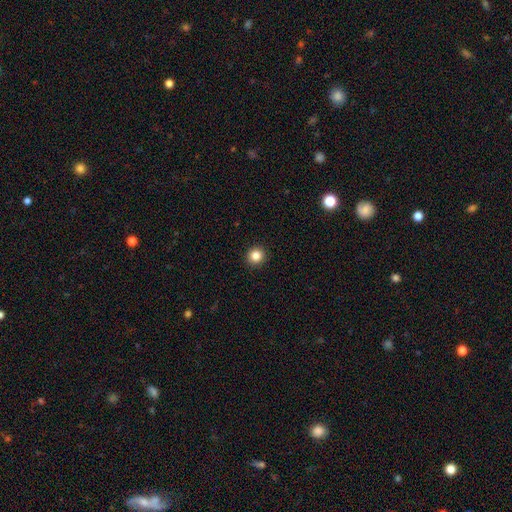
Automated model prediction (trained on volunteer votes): smooth_or_featured: smooth (p=0.85) [alt: star or artifact p=0.11]
how_rounded: round (p=0.92) [alt: in between p=0.07]
merging: none (p=0.93) [alt: minor disturbance p=0.04]